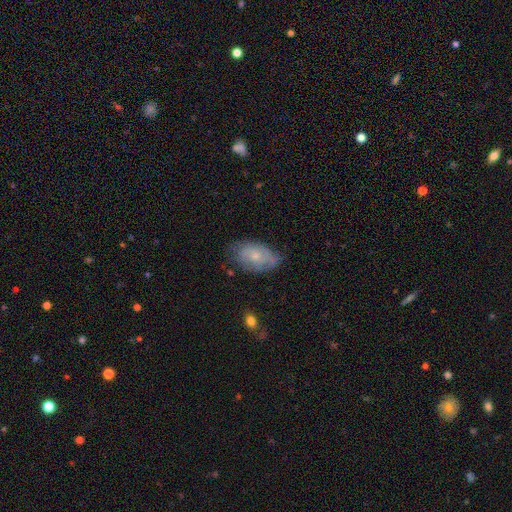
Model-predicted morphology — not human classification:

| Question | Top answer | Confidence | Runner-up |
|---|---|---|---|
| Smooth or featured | featured or disk | 50% | smooth (43%) |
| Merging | none | 60% | minor disturbance (30%) |